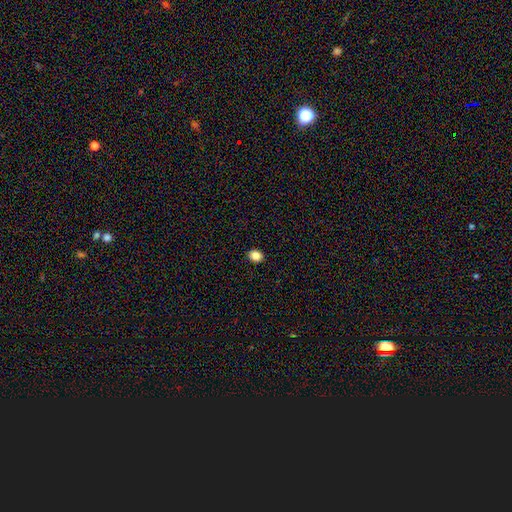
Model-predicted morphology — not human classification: This is clearly a smooth galaxy (86%). How rounded: possibly round (54%). Merging: clearly none (91%).